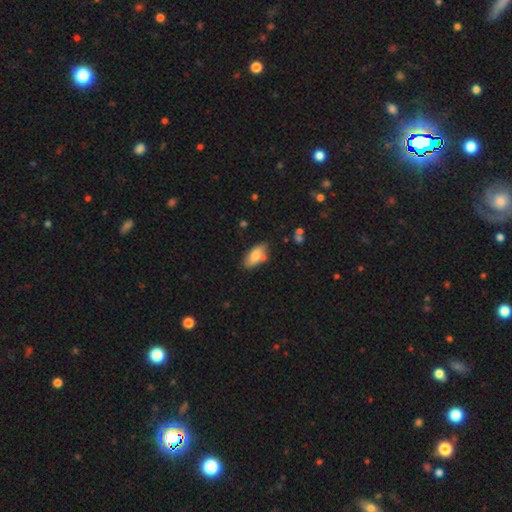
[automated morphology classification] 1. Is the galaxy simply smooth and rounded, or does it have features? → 76% smooth, 17% featured or disk, 7% star or artifact.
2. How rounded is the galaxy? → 85% in between, 12% cigar-shaped, 3% round.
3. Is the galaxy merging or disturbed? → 70% none, 19% minor disturbance, 7% merger, 4% major disturbance.